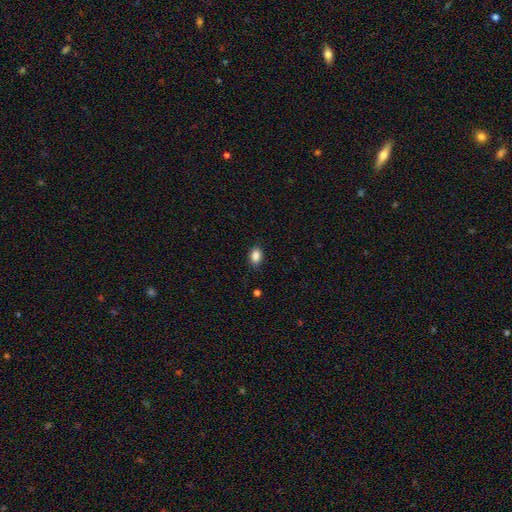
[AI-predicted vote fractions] Overall: smooth (87%). How rounded: in between (78%). Merging: none (86%).